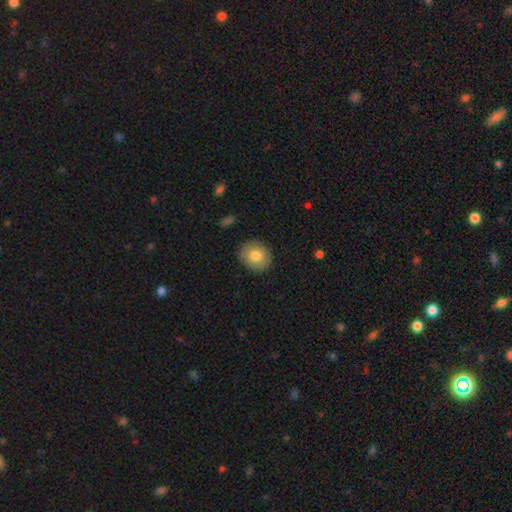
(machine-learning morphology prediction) type=smooth (79%); roundness=round (78%); merging=none (87%).